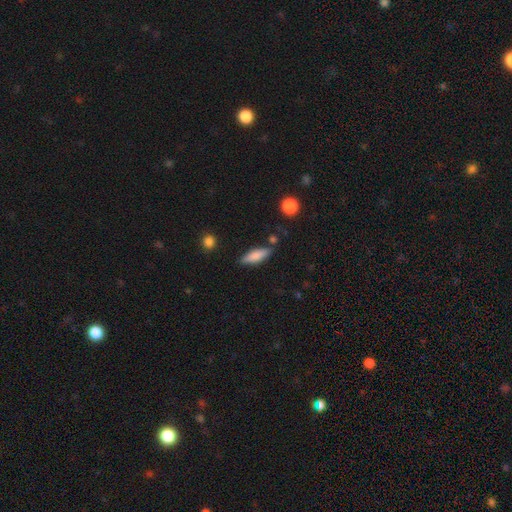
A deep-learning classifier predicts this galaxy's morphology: The model was most divided on "how rounded": cigar-shaped: 50%, in between: 48%, round: 2%. More confident: merging — none (79%); smooth or featured — smooth (75%).